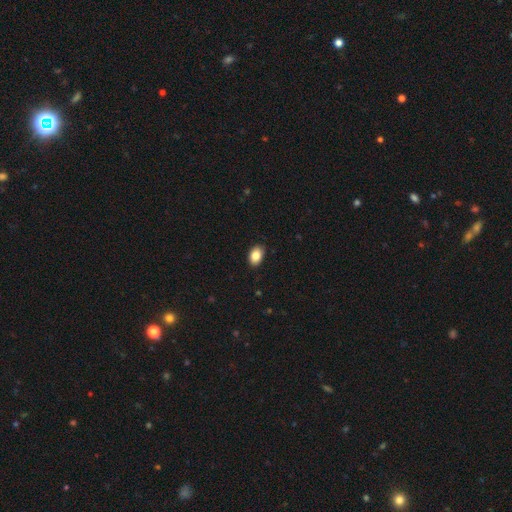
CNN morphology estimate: Smooth or featured? smooth (85%)
How rounded? in between (82%)
Merging? none (88%)